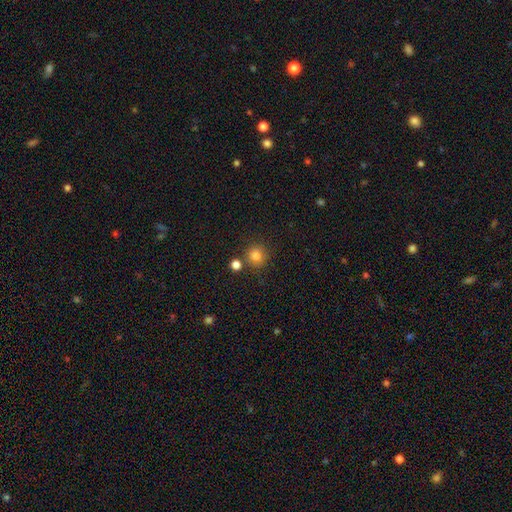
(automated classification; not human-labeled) Q: Smooth or featured?
A: smooth (83%); runner-up: star or artifact (12%)
Q: How rounded?
A: round (91%); runner-up: in between (9%)
Q: Merging?
A: none (78%); runner-up: merger (10%)